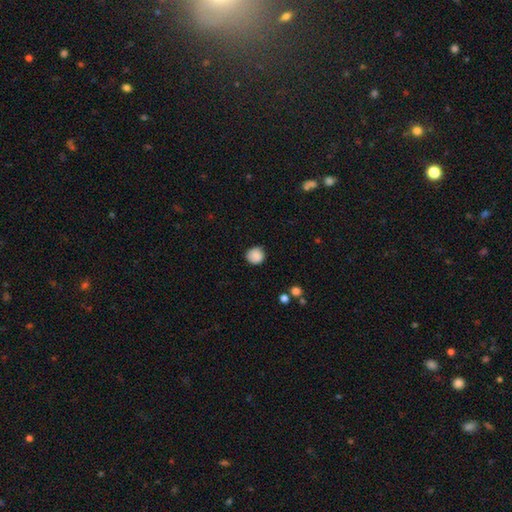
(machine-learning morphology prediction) A smooth galaxy with no disk features (86%) that is round (89%). Merging: none (80%).